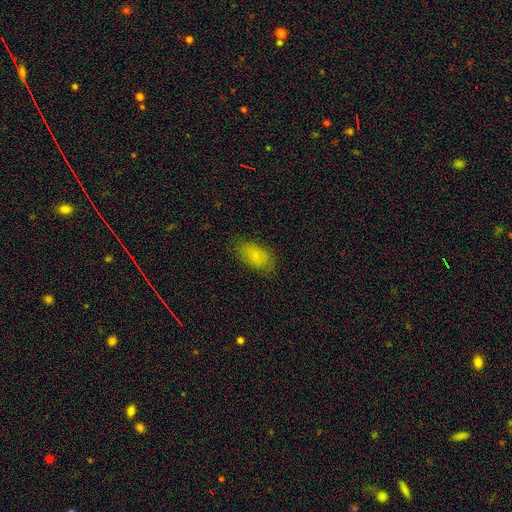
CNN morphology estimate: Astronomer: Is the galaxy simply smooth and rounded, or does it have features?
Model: smooth — 83%.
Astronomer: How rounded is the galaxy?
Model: in between — 93%.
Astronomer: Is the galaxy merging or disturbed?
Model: none — 79%.